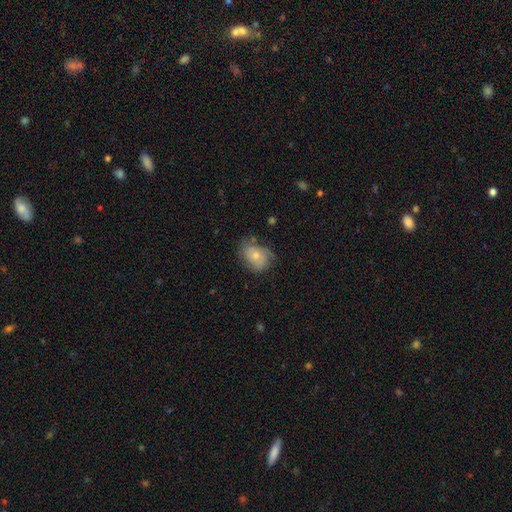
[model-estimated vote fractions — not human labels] Smooth or featured: smooth — 58% (featured or disk — 34%)
How rounded: in between — 67% (round — 32%)
Merging: none — 54% (minor disturbance — 30%)